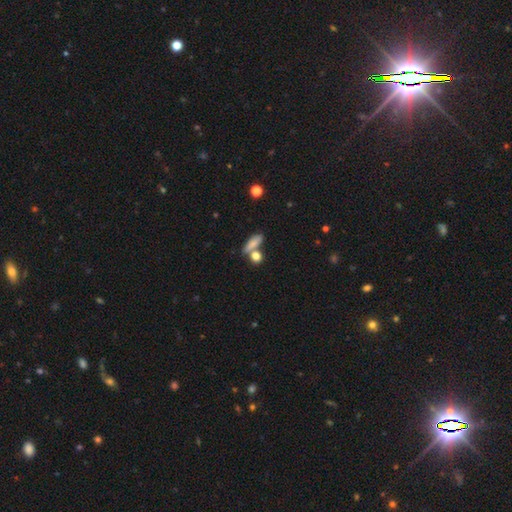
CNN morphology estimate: A smooth galaxy with no disk features (80%) that is round (47%).

Vote fractions:
- Smooth or featured? smooth: 80% / featured or disk: 10% / star or artifact: 10%
- How rounded? round: 47% / in between: 36% / cigar-shaped: 17%
- Merging? none: 54% / merger: 31% / minor disturbance: 10% / major disturbance: 5%